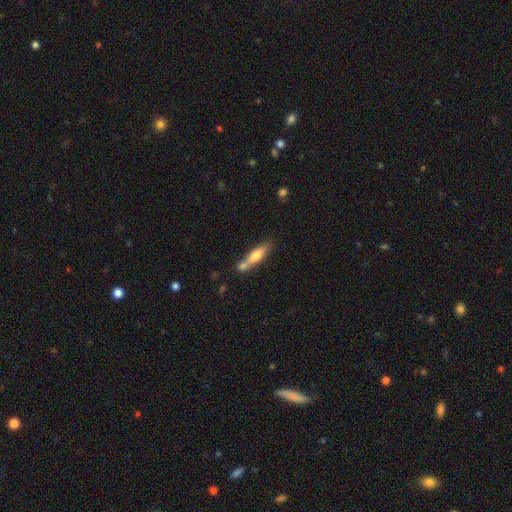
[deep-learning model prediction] Smooth or featured: smooth — 62% (featured or disk — 31%)
How rounded: cigar-shaped — 68% (in between — 30%)
Merging: none — 47% (merger — 34%)